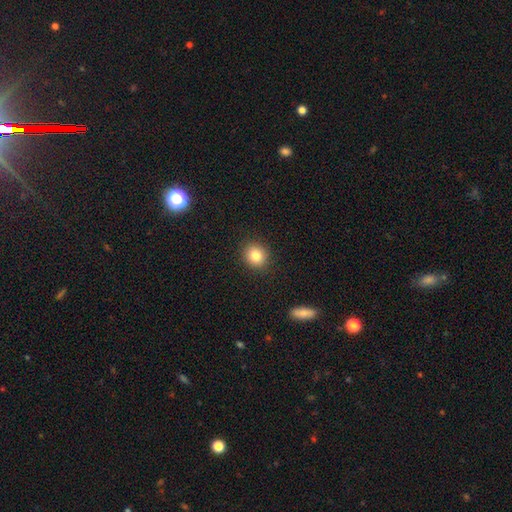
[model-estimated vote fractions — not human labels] A smooth galaxy with no disk features (83%) that is round (85%). Merging: none (91%).